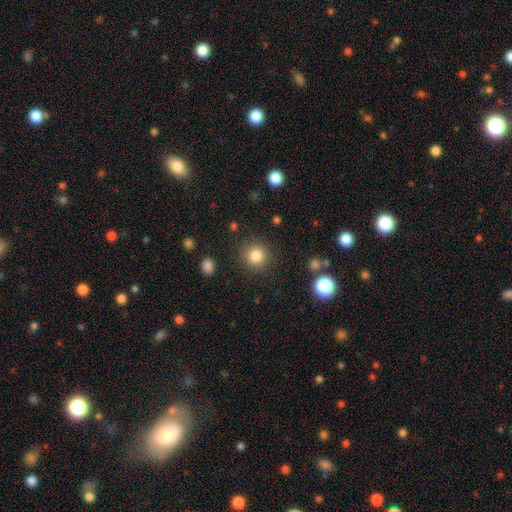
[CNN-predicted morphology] smooth_or_featured: smooth (p=0.83) [alt: star or artifact p=0.11]
how_rounded: round (p=0.93) [alt: in between p=0.06]
merging: none (p=0.89) [alt: minor disturbance p=0.07]